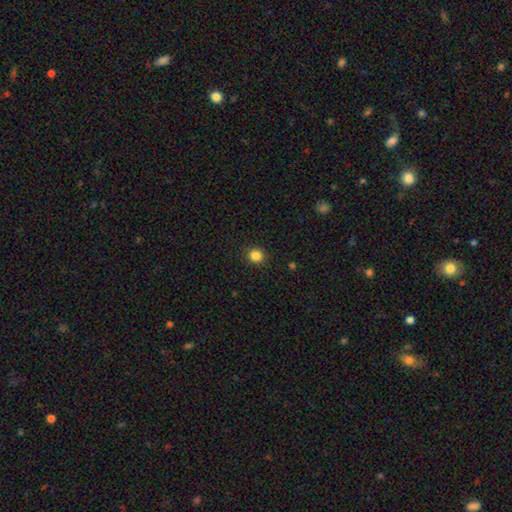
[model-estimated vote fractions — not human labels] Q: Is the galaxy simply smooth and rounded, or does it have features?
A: smooth — 84%.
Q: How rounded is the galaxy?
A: round — 91%.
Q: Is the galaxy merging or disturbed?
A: none — 92%.